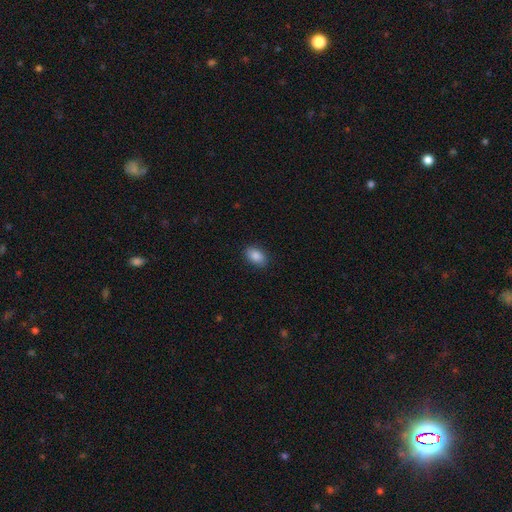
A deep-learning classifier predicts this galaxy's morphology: This is clearly a smooth galaxy (88%). How rounded: clearly in between (89%). Merging: clearly none (87%).